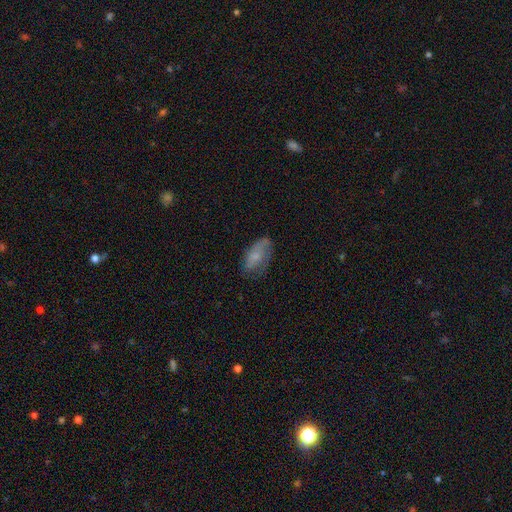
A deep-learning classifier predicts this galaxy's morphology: A smooth galaxy with no disk features (62%) that is in between round and cigar-shaped (90%).

Vote fractions:
- Smooth or featured? smooth: 62% / featured or disk: 30% / star or artifact: 8%
- How rounded? in between: 90% / cigar-shaped: 6% / round: 4%
- Merging? none: 58% / minor disturbance: 28% / major disturbance: 12% / merger: 2%